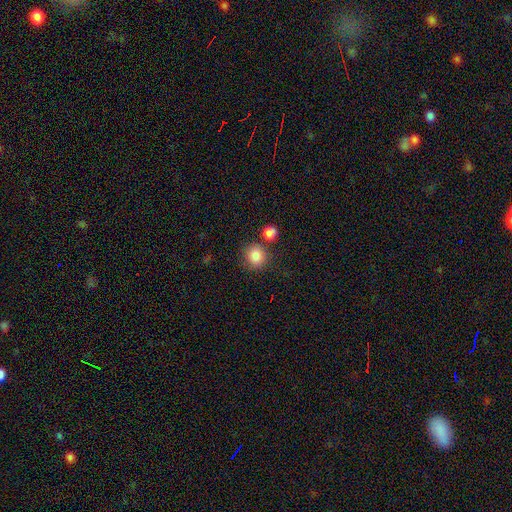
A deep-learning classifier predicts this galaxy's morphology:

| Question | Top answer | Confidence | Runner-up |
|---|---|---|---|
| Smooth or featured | smooth | 86% | star or artifact (9%) |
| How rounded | round | 83% | in between (16%) |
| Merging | none | 73% | merger (13%) |